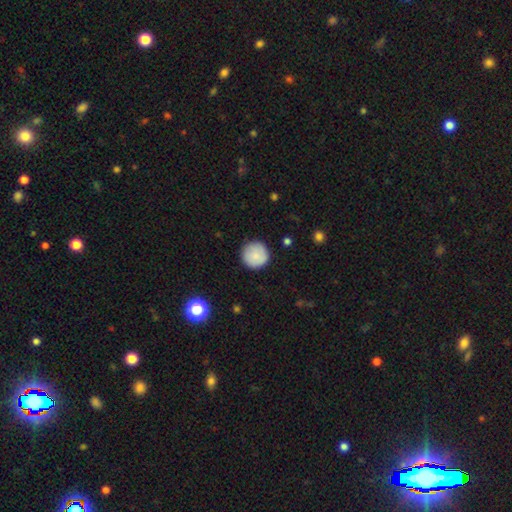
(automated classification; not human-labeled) Overall: smooth (85%). How rounded: round (96%). Merging: none (87%).